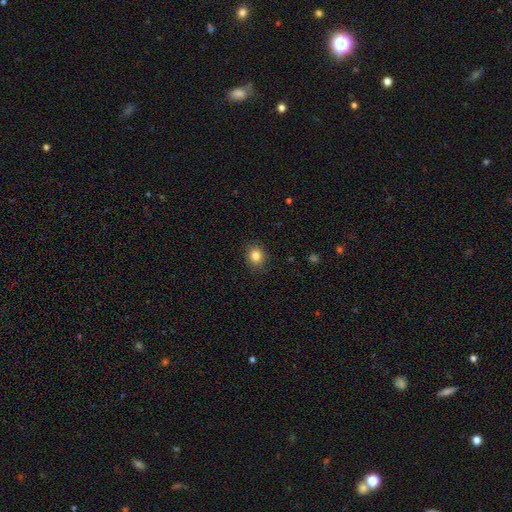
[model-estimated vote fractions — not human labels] Smooth or featured? smooth (83%)
How rounded? round (71%)
Merging? none (89%)